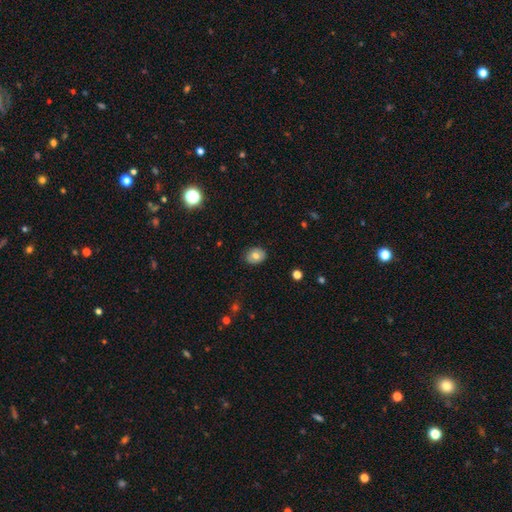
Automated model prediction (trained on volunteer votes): A smooth galaxy with no disk features (74%) that is in between round and cigar-shaped (57%). Merging: none (85%).